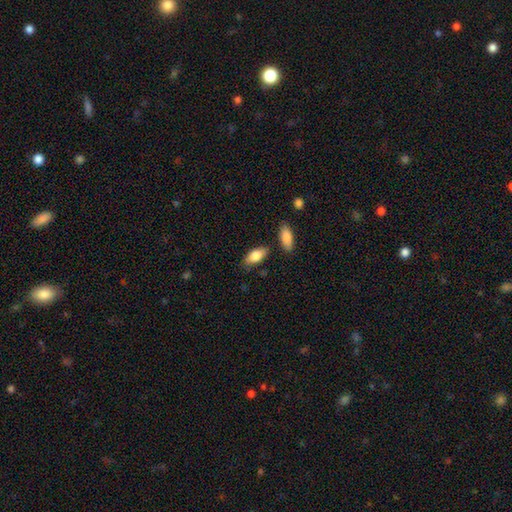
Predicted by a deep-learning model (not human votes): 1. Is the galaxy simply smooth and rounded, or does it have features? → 81% smooth, 13% featured or disk, 6% star or artifact.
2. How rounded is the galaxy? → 87% in between, 10% cigar-shaped, 3% round.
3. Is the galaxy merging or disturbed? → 78% none, 14% minor disturbance, 5% merger, 3% major disturbance.